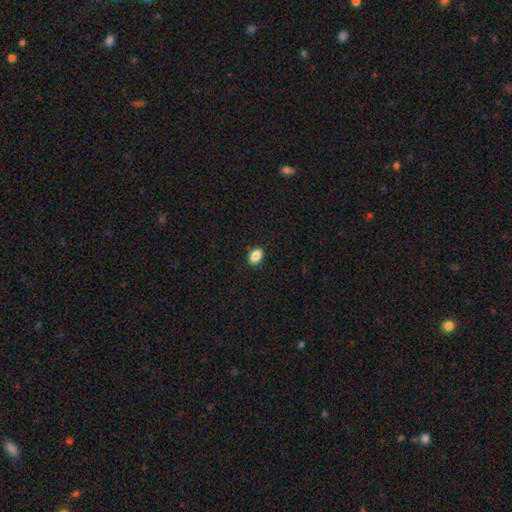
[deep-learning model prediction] Overall: smooth (88%). How rounded: in between (84%). Merging: none (89%).